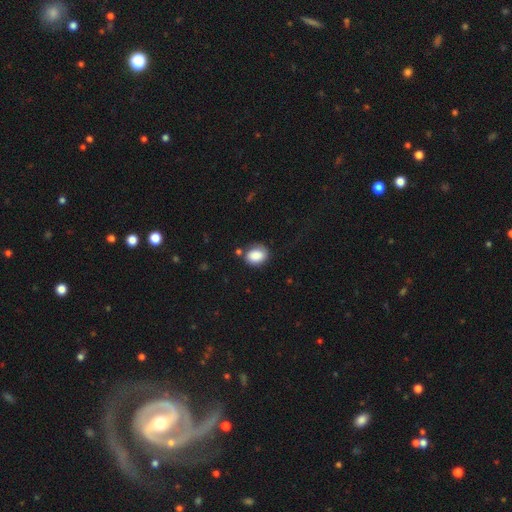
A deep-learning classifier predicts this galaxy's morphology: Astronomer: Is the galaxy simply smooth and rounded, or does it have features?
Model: smooth — 84%.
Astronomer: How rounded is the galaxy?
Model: in between — 57% (runner-up: round, 42%).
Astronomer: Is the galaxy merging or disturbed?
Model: none — 67%.